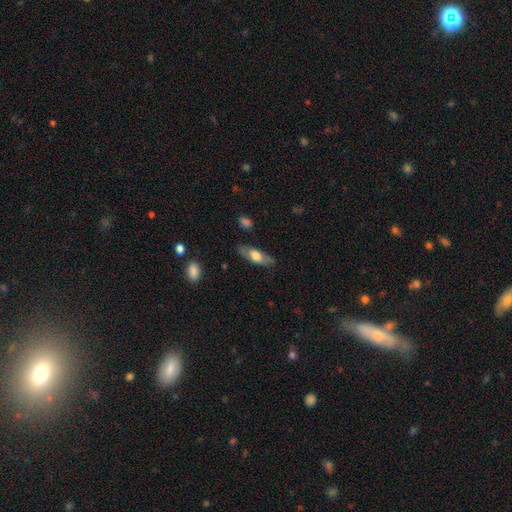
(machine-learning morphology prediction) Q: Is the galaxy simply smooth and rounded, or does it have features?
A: smooth — 55%.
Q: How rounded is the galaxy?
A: in between — 69%.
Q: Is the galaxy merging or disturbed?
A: none — 79%.